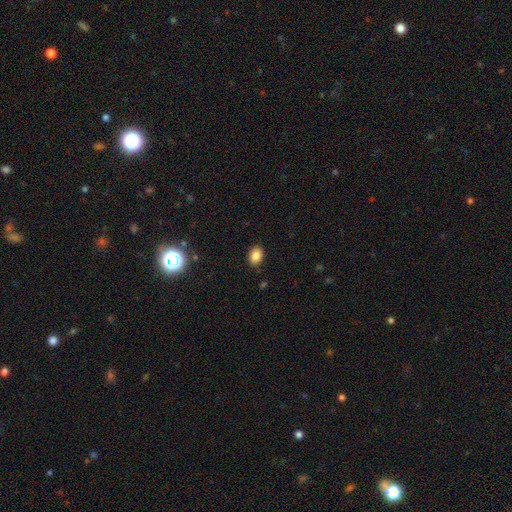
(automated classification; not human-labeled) A smooth galaxy with no disk features (85%) that is in between round and cigar-shaped (74%).

Vote fractions:
- Smooth or featured? smooth: 85% / star or artifact: 10% / featured or disk: 5%
- How rounded? in between: 74% / round: 25% / cigar-shaped: 1%
- Merging? none: 88% / minor disturbance: 9% / major disturbance: 2% / merger: 1%